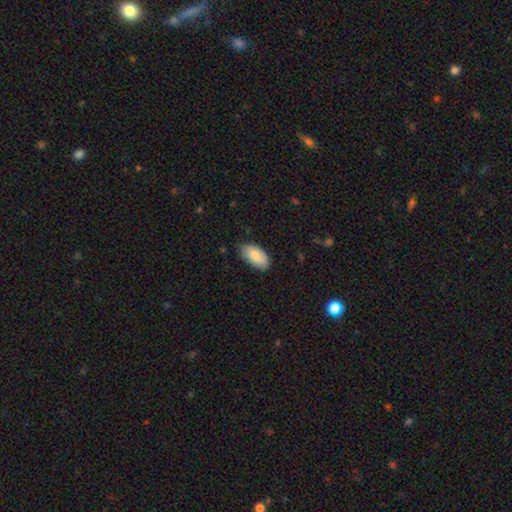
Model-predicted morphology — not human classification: Q: Smooth or featured?
A: smooth (83%); runner-up: featured or disk (11%)
Q: How rounded?
A: in between (95%); runner-up: cigar-shaped (3%)
Q: Merging?
A: none (79%); runner-up: minor disturbance (17%)